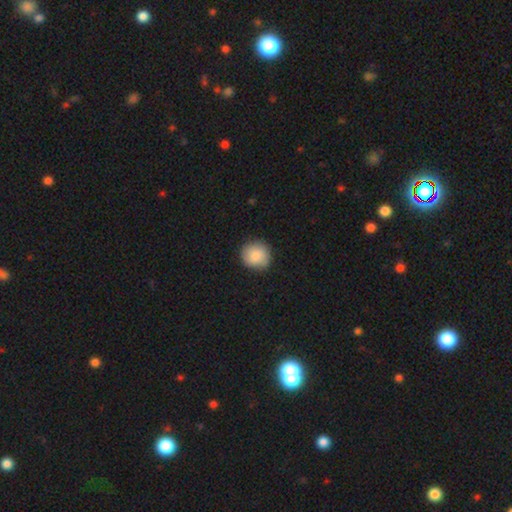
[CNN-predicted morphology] A smooth galaxy with no disk features (86%) that is round (90%).

Vote fractions:
- Smooth or featured? smooth: 86% / star or artifact: 7% / featured or disk: 7%
- How rounded? round: 90% / in between: 9% / cigar-shaped: 1%
- Merging? none: 86% / minor disturbance: 11% / major disturbance: 2% / merger: 1%